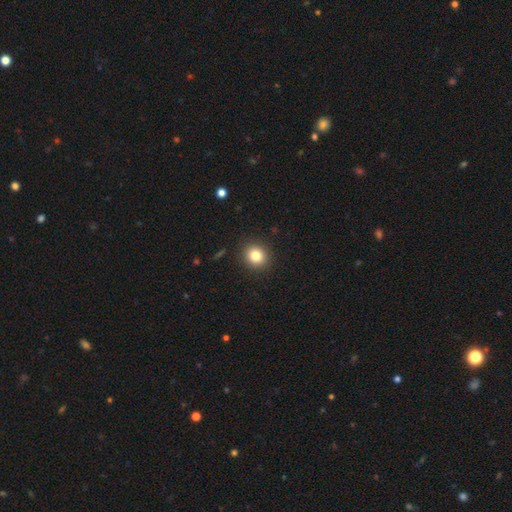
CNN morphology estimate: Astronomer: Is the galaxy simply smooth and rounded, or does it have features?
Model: smooth — 82%.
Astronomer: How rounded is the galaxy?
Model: round — 83%.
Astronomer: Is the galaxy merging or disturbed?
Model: none — 91%.